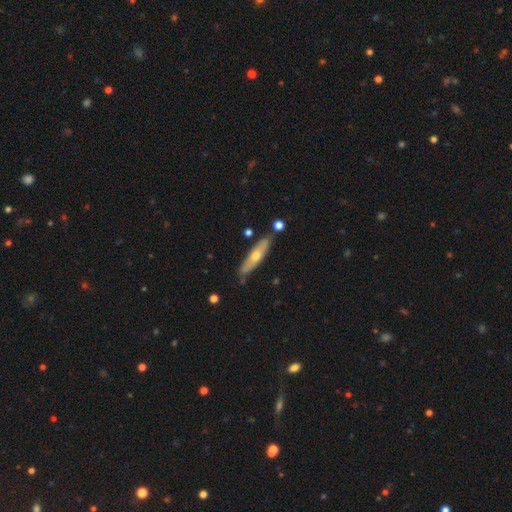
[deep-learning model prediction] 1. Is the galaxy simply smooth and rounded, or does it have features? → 49% featured or disk, 45% smooth, 6% star or artifact.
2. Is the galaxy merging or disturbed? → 77% none, 15% minor disturbance, 5% merger, 3% major disturbance.